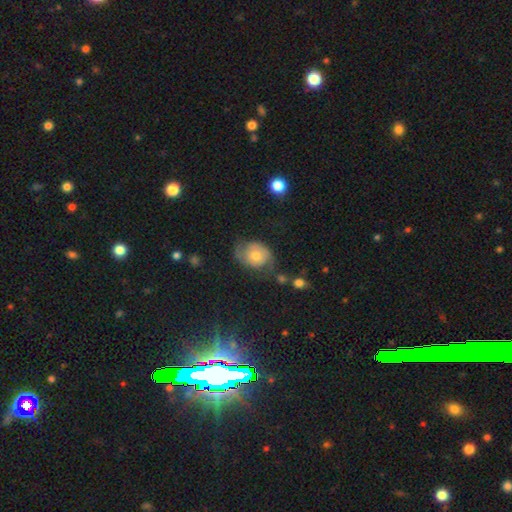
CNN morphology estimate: smooth_or_featured: featured or disk (p=0.46) [alt: smooth p=0.43]
merging: none (p=0.51) [alt: minor disturbance p=0.28]